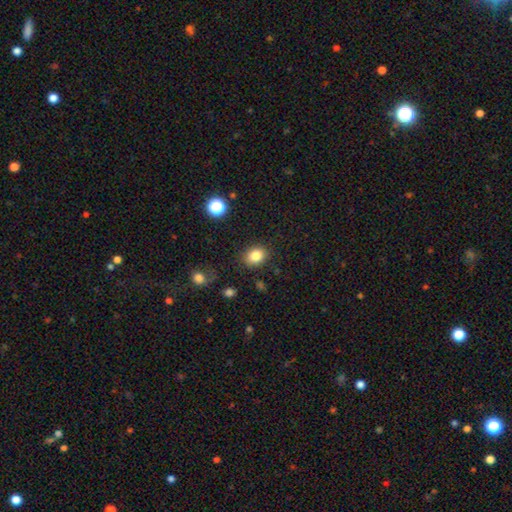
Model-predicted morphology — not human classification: smooth-or-featured: smooth: 83% | star or artifact: 10% | featured or disk: 6%
  how-rounded: round: 51% | in between: 48% | cigar-shaped: 1%
  merging: none: 86% | minor disturbance: 9% | major disturbance: 3% | merger: 2%